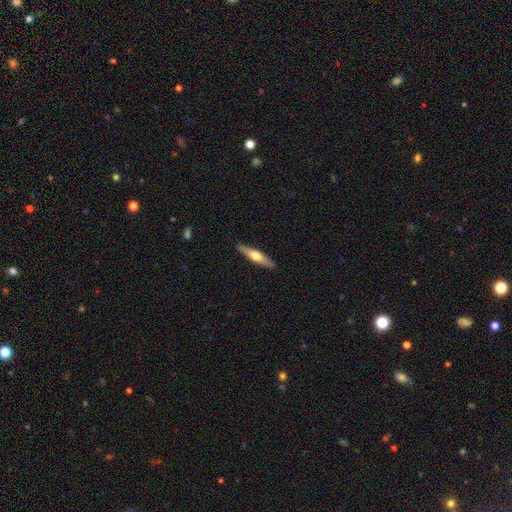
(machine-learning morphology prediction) Smooth or featured: featured or disk — 54% (smooth — 41%)
Edge-on disk: yes — 93% (no — 7%)
Edge-on bulge: rounded — 92% (none — 5%)
Merging: none — 90% (minor disturbance — 8%)